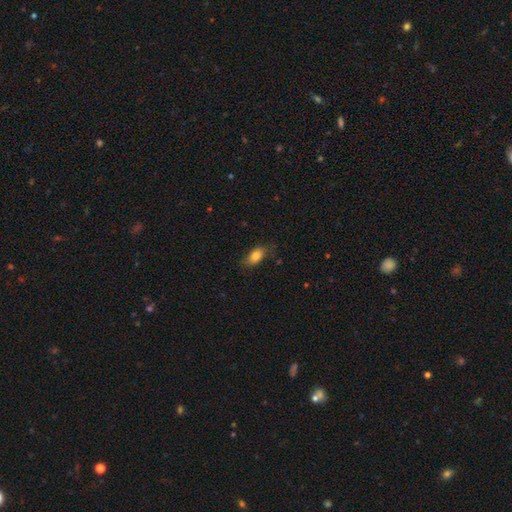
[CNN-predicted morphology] smooth_or_featured: smooth (p=0.81) [alt: featured or disk p=0.11]
how_rounded: in between (p=0.87) [alt: round p=0.07]
merging: none (p=0.71) [alt: minor disturbance p=0.21]